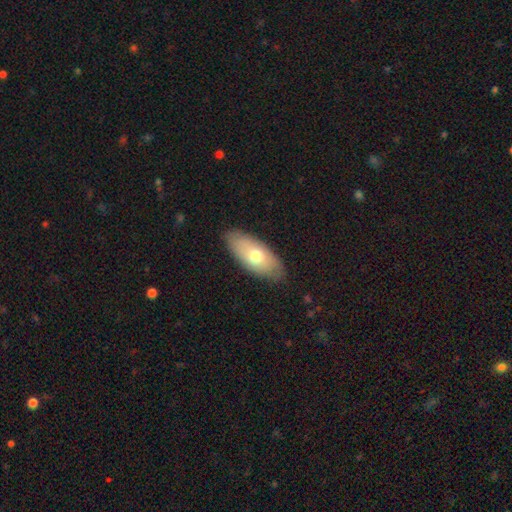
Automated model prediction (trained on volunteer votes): smooth 65%, featured or disk 29%, star or artifact 6%. Down the decision tree: how rounded — in between (86%); merging — none (84%).